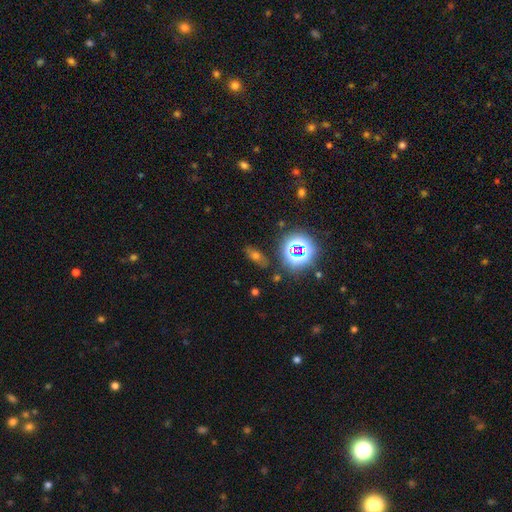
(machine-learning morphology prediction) smooth-or-featured: smooth: 48% | star or artifact: 35% | featured or disk: 17%
  merging: none: 82% | minor disturbance: 12% | major disturbance: 4% | merger: 3%